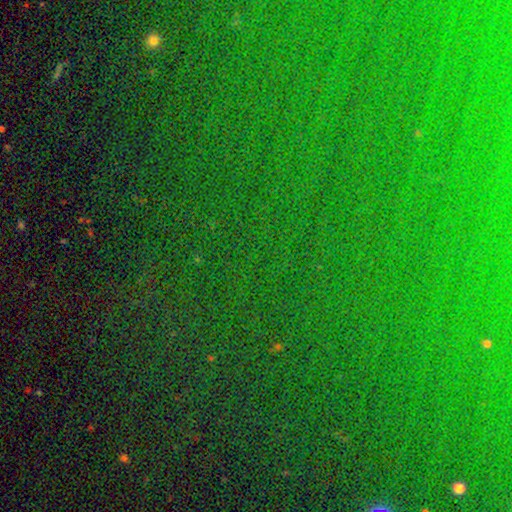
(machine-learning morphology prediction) Smooth or featured?
  - star or artifact: 81% *
  - smooth: 11%
  - featured or disk: 8%